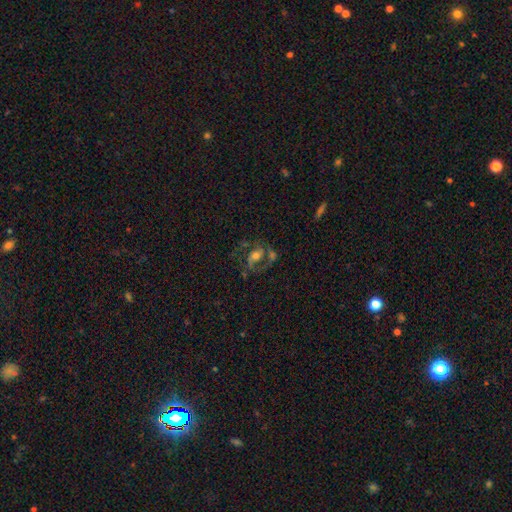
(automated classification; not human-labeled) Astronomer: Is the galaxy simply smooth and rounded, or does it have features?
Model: featured or disk — 70%.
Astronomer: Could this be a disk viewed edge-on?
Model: no — 96%.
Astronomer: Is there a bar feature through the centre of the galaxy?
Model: no — 53% (runner-up: weak, 33%).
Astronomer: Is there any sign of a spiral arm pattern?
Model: yes — 80%.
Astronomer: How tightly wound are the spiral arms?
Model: medium — 52%.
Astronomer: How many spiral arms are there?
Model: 2 — 78%.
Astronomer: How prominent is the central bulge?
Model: moderate — 64%.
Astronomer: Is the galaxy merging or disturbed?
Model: none — 47%.